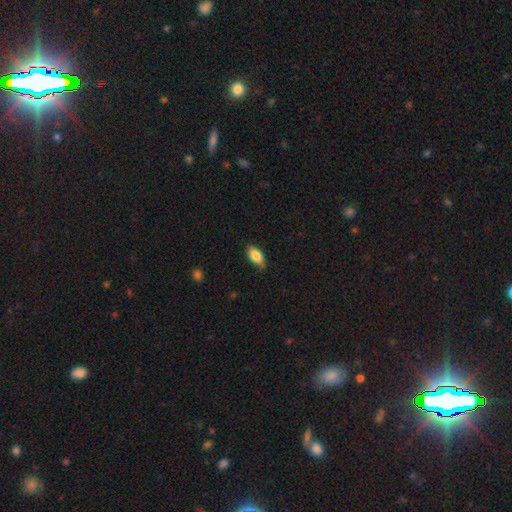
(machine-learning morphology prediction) Q: Smooth or featured?
A: smooth (79%); runner-up: featured or disk (14%)
Q: How rounded?
A: in between (87%); runner-up: cigar-shaped (9%)
Q: Merging?
A: none (80%); runner-up: minor disturbance (16%)